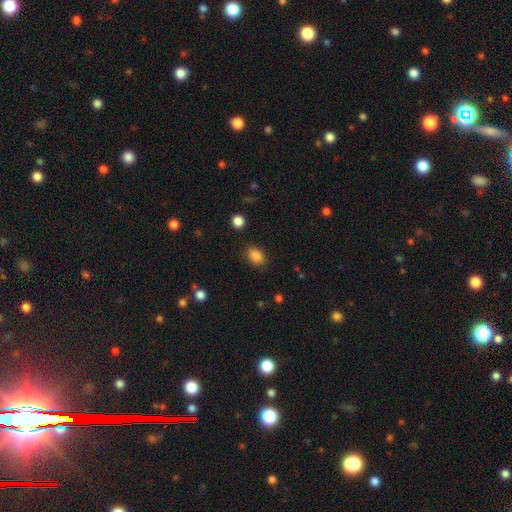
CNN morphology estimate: The model was most divided on "how rounded": in between: 73%, round: 26%, cigar-shaped: 1%. More confident: smooth or featured — smooth (86%); merging — none (84%).